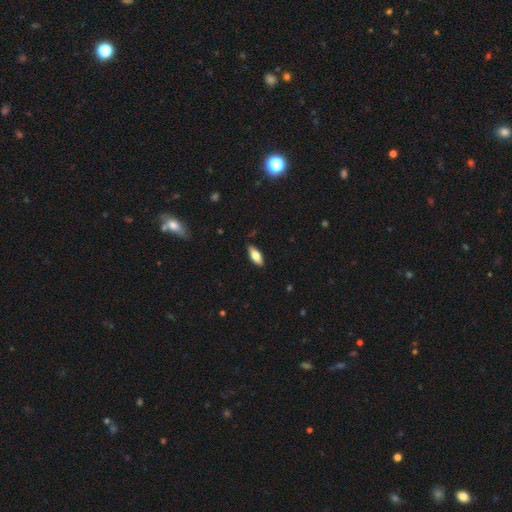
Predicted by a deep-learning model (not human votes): smooth_or_featured: smooth (p=0.73) [alt: featured or disk p=0.21]
how_rounded: in between (p=0.77) [alt: cigar-shaped p=0.21]
merging: none (p=0.86) [alt: minor disturbance p=0.11]